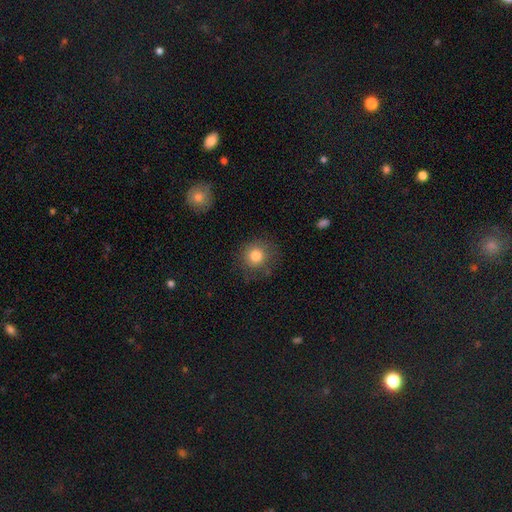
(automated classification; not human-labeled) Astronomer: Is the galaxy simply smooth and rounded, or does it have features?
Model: smooth — 81%.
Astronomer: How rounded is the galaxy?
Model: round — 90%.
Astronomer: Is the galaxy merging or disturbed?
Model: none — 80%.